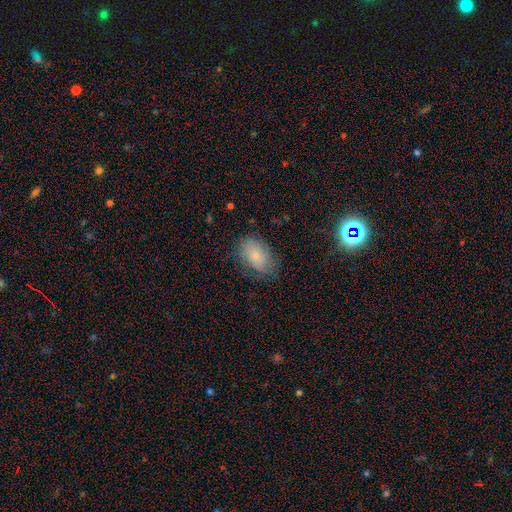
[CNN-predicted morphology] Smooth or featured: smooth — 64% (featured or disk — 27%)
How rounded: in between — 86% (round — 12%)
Merging: none — 69% (minor disturbance — 22%)